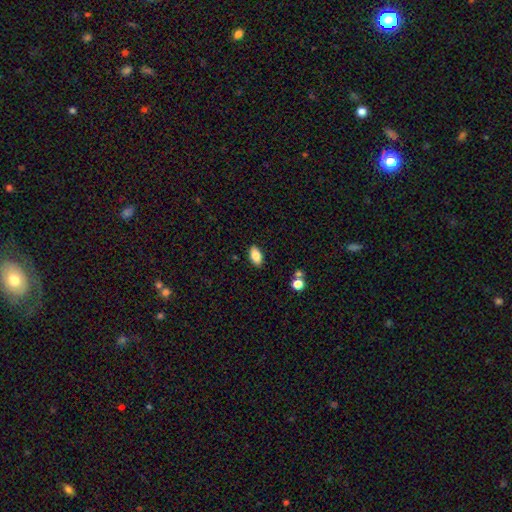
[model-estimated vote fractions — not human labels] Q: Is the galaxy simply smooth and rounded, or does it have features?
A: smooth — 83%.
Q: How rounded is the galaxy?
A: in between — 92%.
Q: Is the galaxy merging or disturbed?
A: none — 88%.